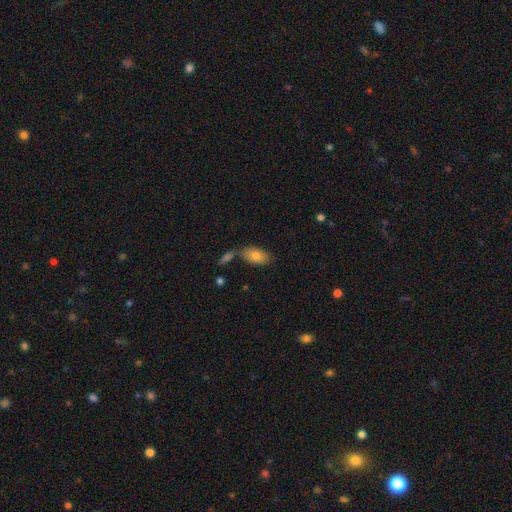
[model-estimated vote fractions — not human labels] Smooth or featured?
  - smooth: 79% *
  - featured or disk: 15%
  - star or artifact: 7%
How rounded?
  - in between: 92% *
  - round: 5%
  - cigar-shaped: 3%
Merging?
  - none: 61% *
  - merger: 20%
  - minor disturbance: 14%
  - major disturbance: 4%